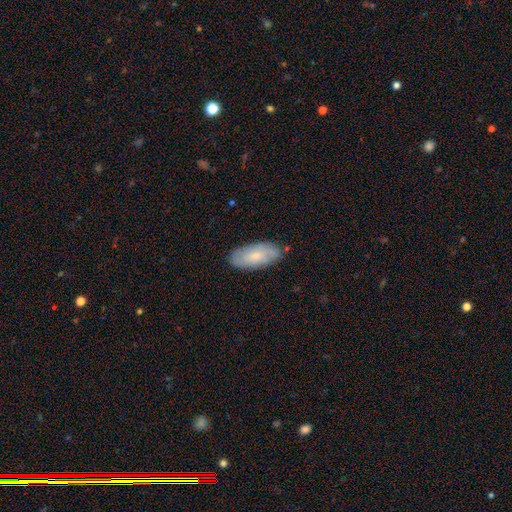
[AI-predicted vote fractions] Q: Smooth or featured?
A: smooth (63%); runner-up: featured or disk (30%)
Q: How rounded?
A: in between (90%); runner-up: cigar-shaped (8%)
Q: Merging?
A: none (82%); runner-up: minor disturbance (14%)